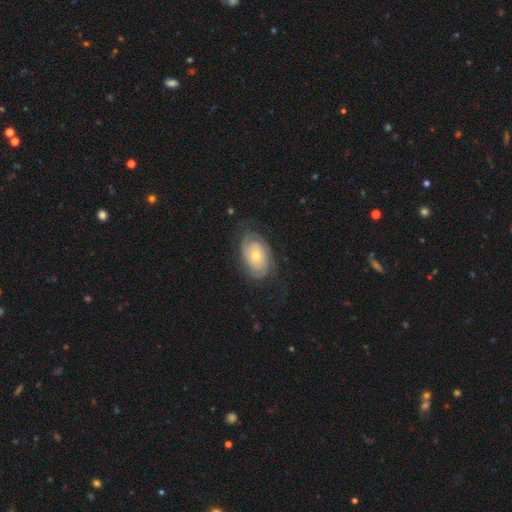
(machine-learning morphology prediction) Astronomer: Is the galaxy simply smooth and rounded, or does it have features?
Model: featured or disk — 76%.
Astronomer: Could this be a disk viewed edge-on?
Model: no — 96%.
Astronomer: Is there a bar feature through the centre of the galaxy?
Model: no — 80%.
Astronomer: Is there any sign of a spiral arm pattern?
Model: yes — 90%.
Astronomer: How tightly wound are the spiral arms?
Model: tight — 71%.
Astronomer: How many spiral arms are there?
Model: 2 — 39% (runner-up: can't tell, 36%).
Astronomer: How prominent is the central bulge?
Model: moderate — 53% (runner-up: small, 43%).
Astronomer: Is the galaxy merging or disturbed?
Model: none — 72%.